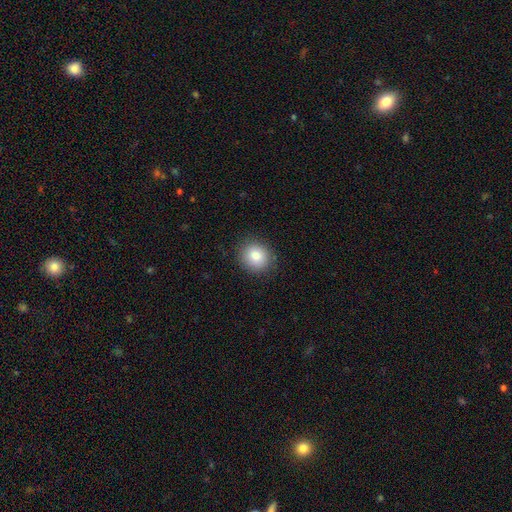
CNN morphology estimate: The model was most divided on "how rounded": round: 83%, in between: 16%, cigar-shaped: 1%. More confident: merging — none (87%); smooth or featured — smooth (84%).